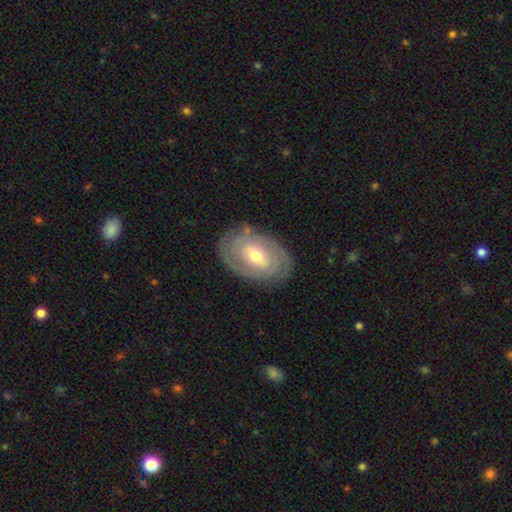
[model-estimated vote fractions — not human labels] This is likely a featured or disk galaxy (74%). It is clearly not viewed edge-on (95%). Bar: possibly weak (46%). Spiral arm pattern: clearly yes (80%). Spiral arm count: possibly 2 (46%). Spiral winding: likely tight (72%). Central bulge: likely moderate (65%). Merging: clearly none (80%).